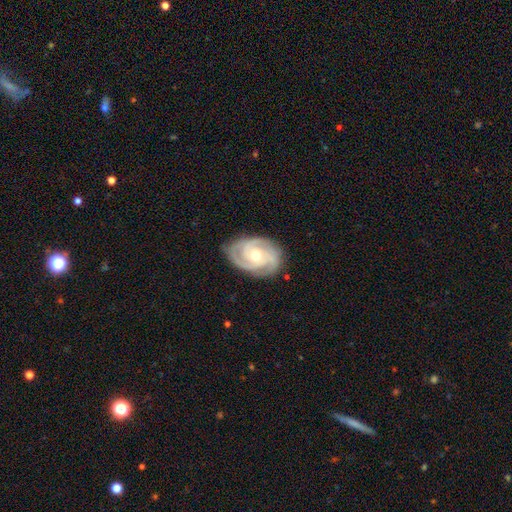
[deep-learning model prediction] Q: Smooth or featured?
A: featured or disk (89%); runner-up: smooth (6%)
Q: Edge-on disk?
A: no (97%); runner-up: yes (3%)
Q: Bar?
A: no (66%); runner-up: weak (27%)
Q: Spiral arms?
A: yes (98%); runner-up: no (2%)
Q: Spiral winding?
A: tight (64%); runner-up: medium (32%)
Q: Spiral arm count?
A: 3 (62%); runner-up: 2 (13%)
Q: Bulge size?
A: moderate (69%); runner-up: small (27%)
Q: Merging?
A: none (81%); runner-up: minor disturbance (15%)